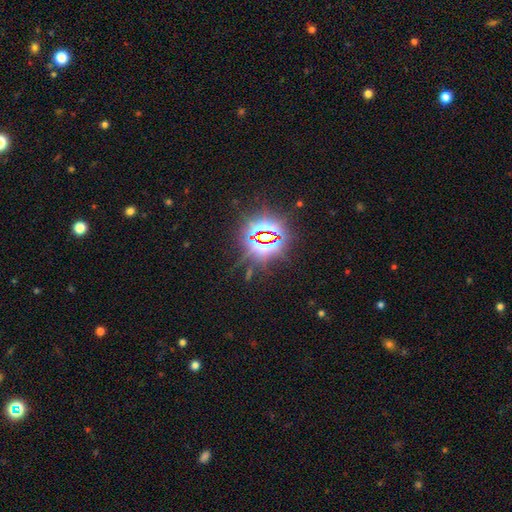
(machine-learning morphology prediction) Q: Smooth or featured?
A: star or artifact (85%); runner-up: smooth (9%)